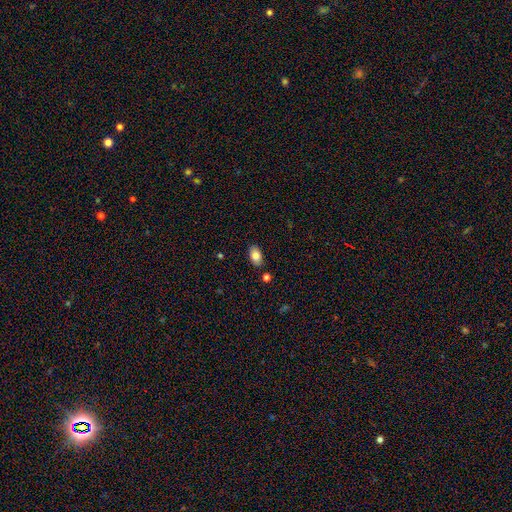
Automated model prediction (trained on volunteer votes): This appears to be a smooth galaxy with no disk features (84%) that is in between round and cigar-shaped (90%). Merging: none (85%).